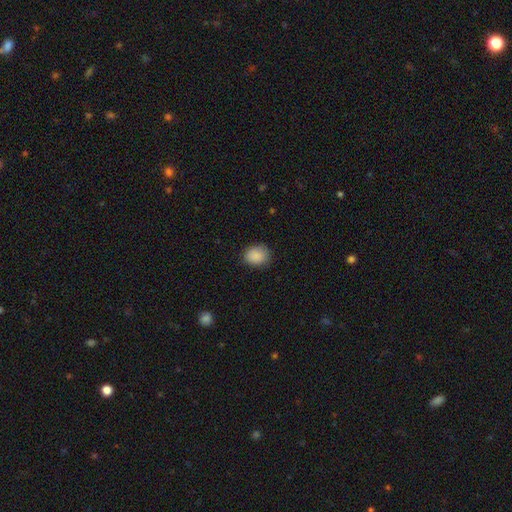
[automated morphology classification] A smooth galaxy with no disk features (88%) that is round (54%).

Vote fractions:
- Smooth or featured? smooth: 88% / star or artifact: 8% / featured or disk: 4%
- How rounded? round: 54% / in between: 45% / cigar-shaped: 1%
- Merging? none: 80% / minor disturbance: 16% / major disturbance: 3% / merger: 1%